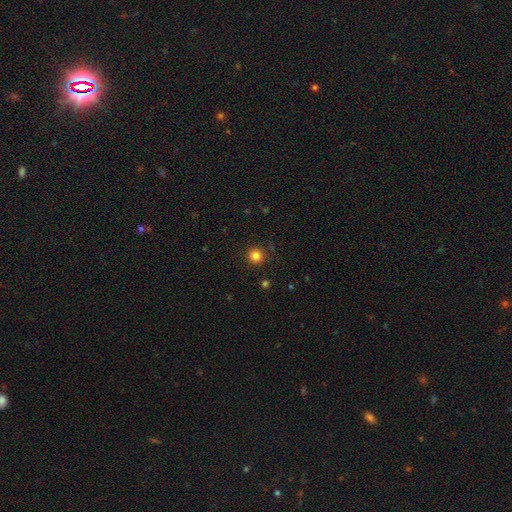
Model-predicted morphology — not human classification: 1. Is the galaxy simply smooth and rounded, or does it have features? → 83% smooth, 13% star or artifact, 4% featured or disk.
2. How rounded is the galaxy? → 95% round, 4% in between, 1% cigar-shaped.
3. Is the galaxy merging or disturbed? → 90% none, 6% minor disturbance, 2% major disturbance, 1% merger.